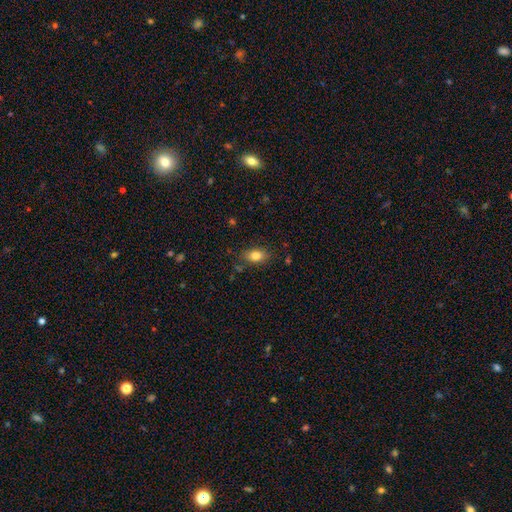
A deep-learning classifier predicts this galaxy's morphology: Smooth or featured?
  - smooth: 81% *
  - featured or disk: 10%
  - star or artifact: 9%
How rounded?
  - in between: 84% *
  - round: 14%
  - cigar-shaped: 3%
Merging?
  - none: 82% *
  - minor disturbance: 13%
  - major disturbance: 3%
  - merger: 2%